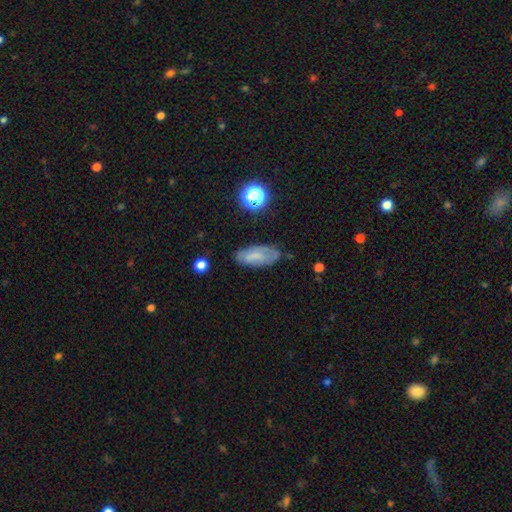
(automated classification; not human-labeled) Overall: smooth (56%; featured or disk 32%). How rounded: in between (87%). Merging: none (67%).